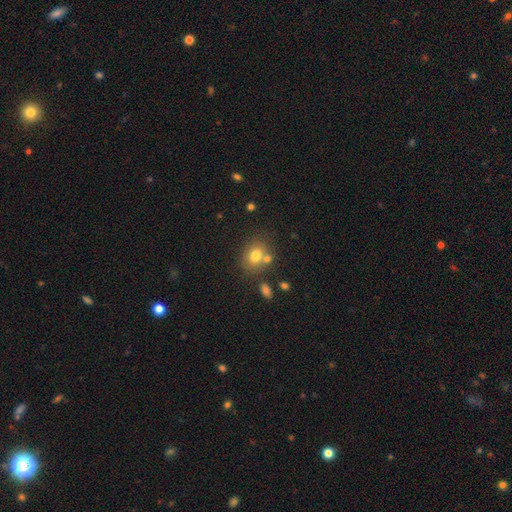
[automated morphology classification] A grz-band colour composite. It shows a smooth galaxy with no disk features (75%) that is round (52%). Merging: none (62%).